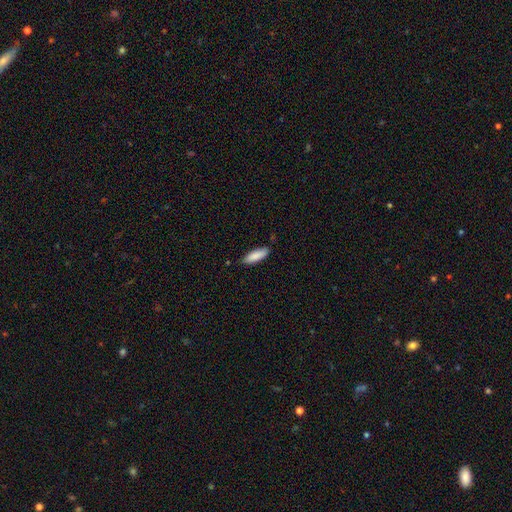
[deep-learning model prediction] Morphology: type=smooth (87%); roundness=in between (51%); merging=none (80%).